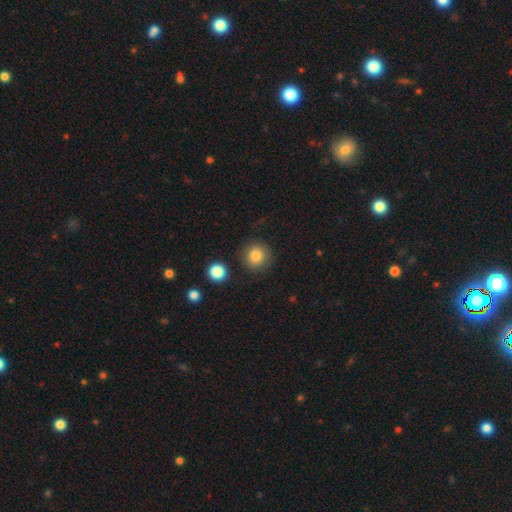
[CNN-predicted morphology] A smooth galaxy with no disk features (82%) that is round (92%). Merging: none (85%).